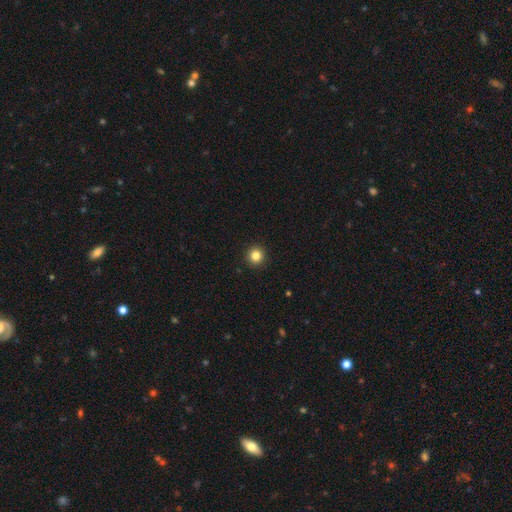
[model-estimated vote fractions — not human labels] Smooth or featured? smooth (84%)
How rounded? round (95%)
Merging? none (94%)